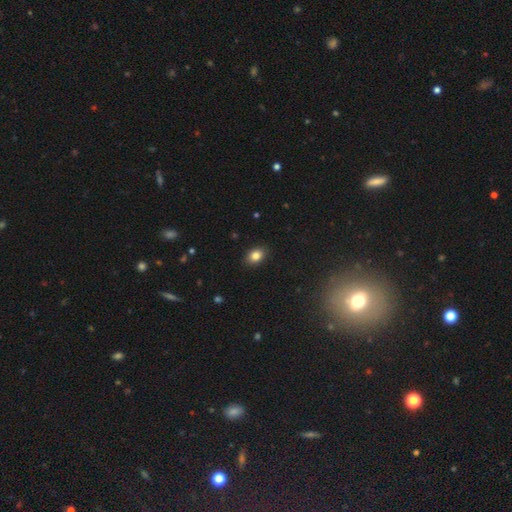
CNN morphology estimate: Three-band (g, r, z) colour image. It shows a smooth galaxy with no disk features (83%) that is in between round and cigar-shaped (68%). Merging: none (89%).